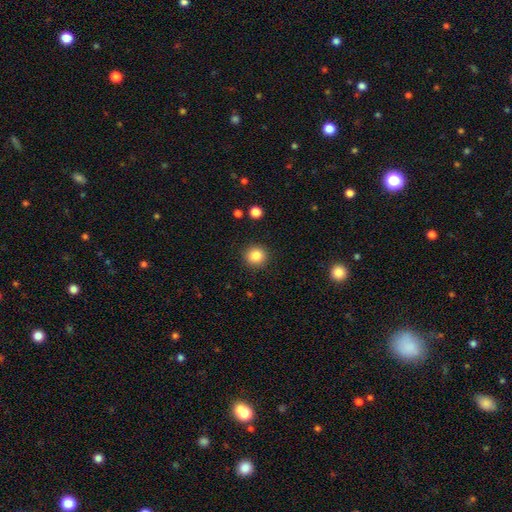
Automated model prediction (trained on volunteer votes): Q: Smooth or featured?
A: smooth (84%); runner-up: star or artifact (10%)
Q: How rounded?
A: round (92%); runner-up: in between (7%)
Q: Merging?
A: none (91%); runner-up: minor disturbance (6%)